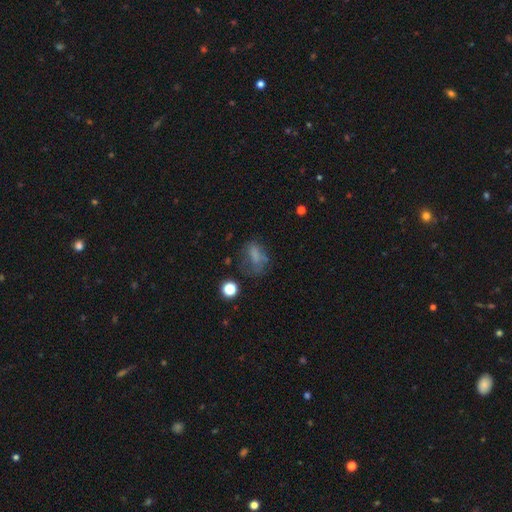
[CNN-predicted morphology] A smooth galaxy with no disk features (63%) that is in between round and cigar-shaped (70%). Merging: none (44%).